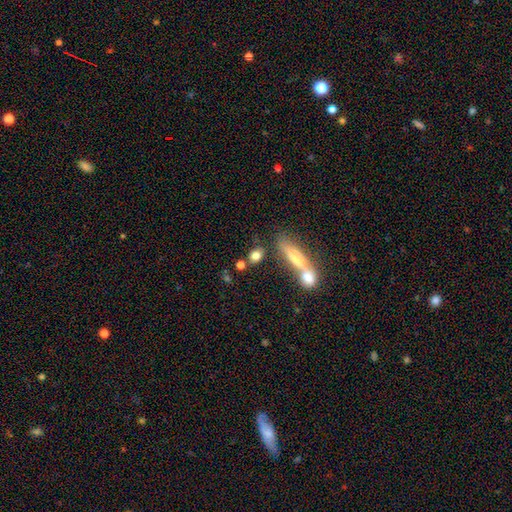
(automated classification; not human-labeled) Smooth or featured? Predicted: smooth (p=0.76). How rounded? Predicted: in between (p=0.58). Merging? Predicted: none (p=0.59).